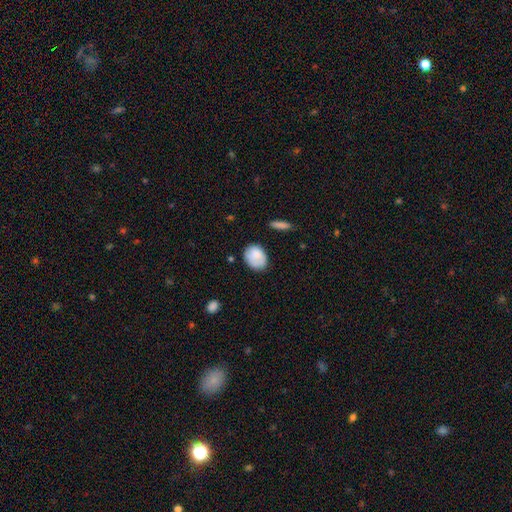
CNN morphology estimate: Smooth or featured? Predicted: smooth (p=0.83). How rounded? Predicted: in between (p=0.61). Merging? Predicted: none (p=0.67).